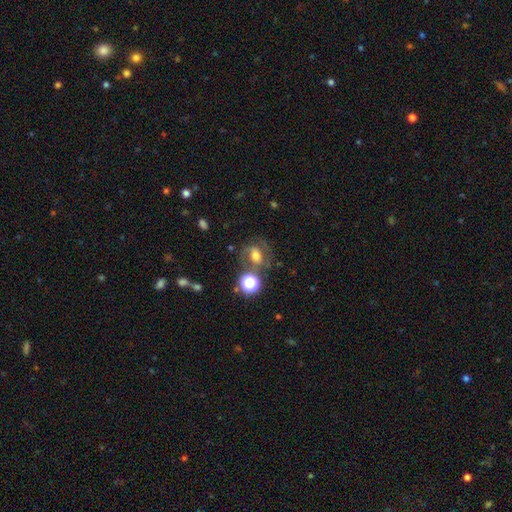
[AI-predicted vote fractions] A featured or disk galaxy (42%, tied with smooth). Merging: none (57%).